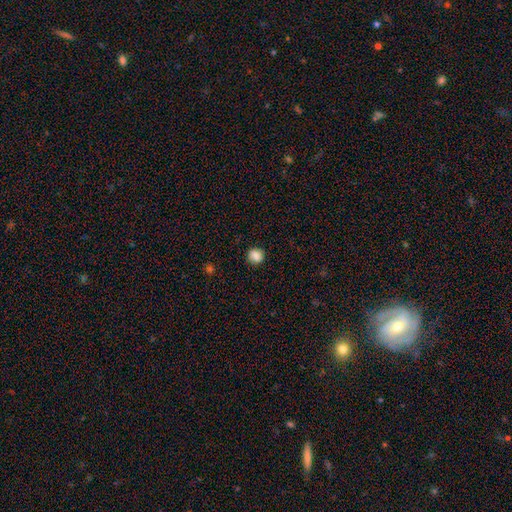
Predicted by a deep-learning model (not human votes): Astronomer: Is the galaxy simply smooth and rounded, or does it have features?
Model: smooth — 85%.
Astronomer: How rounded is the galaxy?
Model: round — 80%.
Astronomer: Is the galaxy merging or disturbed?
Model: none — 86%.